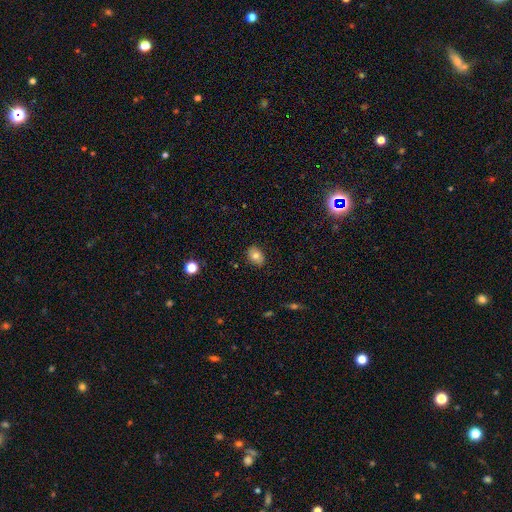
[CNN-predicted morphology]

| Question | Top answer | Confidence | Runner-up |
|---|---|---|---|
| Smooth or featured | smooth | 80% | featured or disk (11%) |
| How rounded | in between | 71% | round (28%) |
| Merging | none | 85% | minor disturbance (11%) |